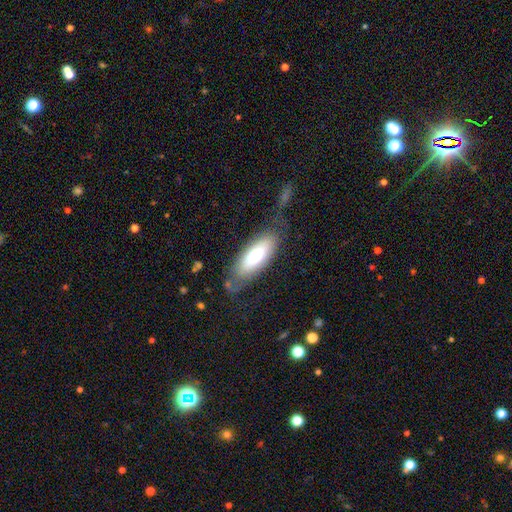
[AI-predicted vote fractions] A smooth galaxy with no disk features (65%) that is in between round and cigar-shaped (75%). Merging: none (61%).